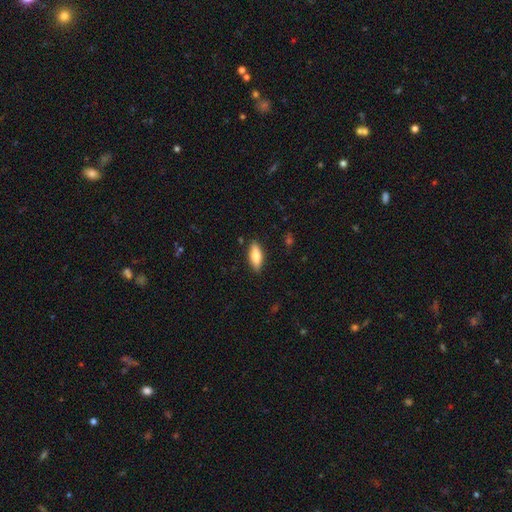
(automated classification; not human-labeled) Smooth or featured? smooth (76%)
How rounded? in between (65%)
Merging? none (86%)